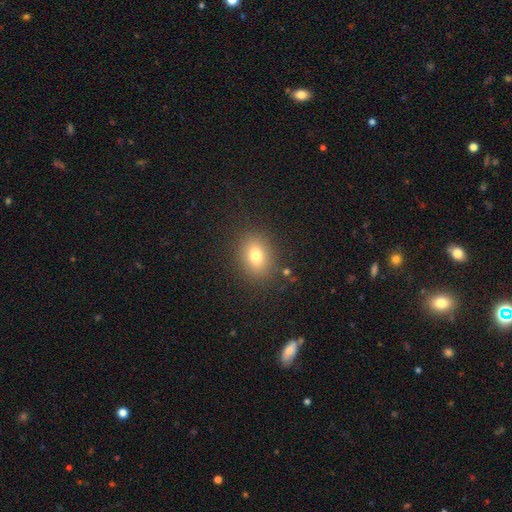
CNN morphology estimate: This is likely a smooth galaxy (78%). How rounded: likely in between (65%). Merging: clearly none (87%).